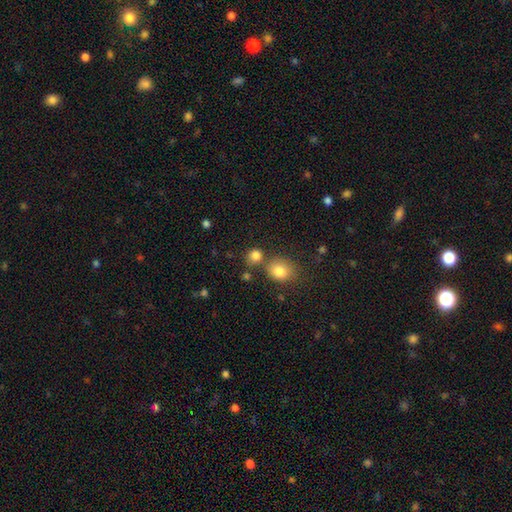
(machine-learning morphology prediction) This is clearly a smooth galaxy (82%). How rounded: likely round (79%). Merging: likely none (65%).